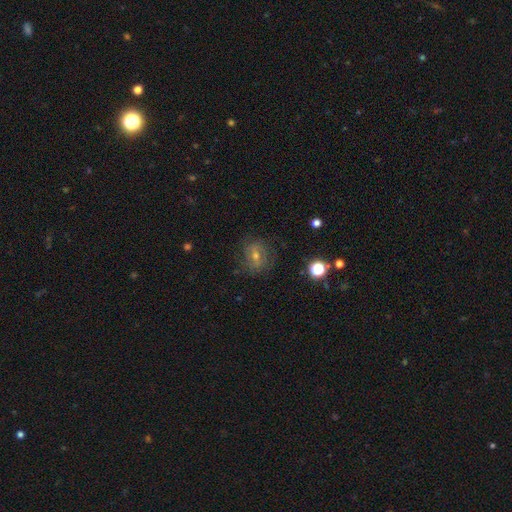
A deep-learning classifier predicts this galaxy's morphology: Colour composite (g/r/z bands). It shows a featured or disk galaxy (44%). Merging: none (77%).